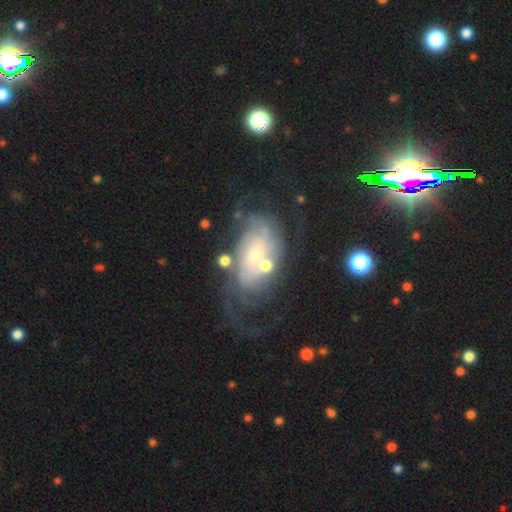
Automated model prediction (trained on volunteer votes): This appears to be a featured or disk galaxy (78%) with no bar (68%), tight (45%) spiral arms (87%) and a small central bulge (57%). Merging: none (45%).